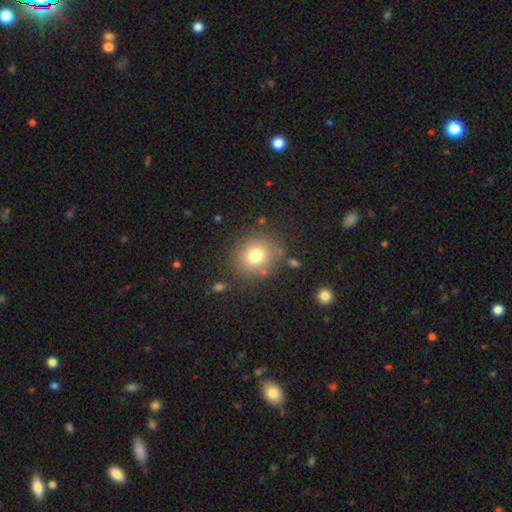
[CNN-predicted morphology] Smooth or featured: smooth — 77% (star or artifact — 13%)
How rounded: round — 86% (in between — 13%)
Merging: none — 81% (minor disturbance — 10%)